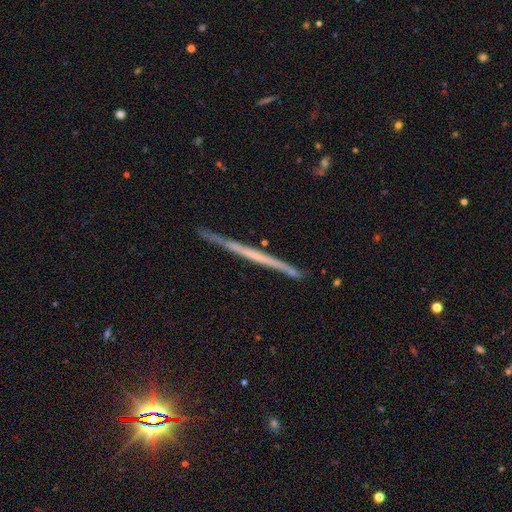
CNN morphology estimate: The model was most divided on "smooth or featured": featured or disk: 64%, smooth: 27%, star or artifact: 8%. More confident: edge-on disk — yes (98%); merging — none (90%); edge-on bulge — none (88%).